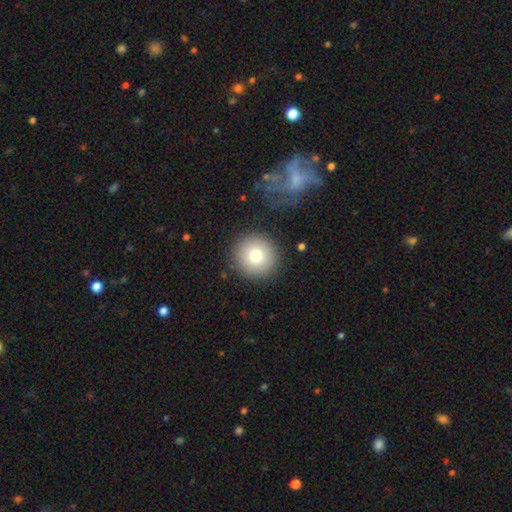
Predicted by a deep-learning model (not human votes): A smooth galaxy with no disk features (77%) that is round (94%).

Vote fractions:
- Smooth or featured? smooth: 77% / featured or disk: 12% / star or artifact: 11%
- How rounded? round: 94% / in between: 5% / cigar-shaped: 1%
- Merging? none: 89% / minor disturbance: 7% / major disturbance: 3% / merger: 2%